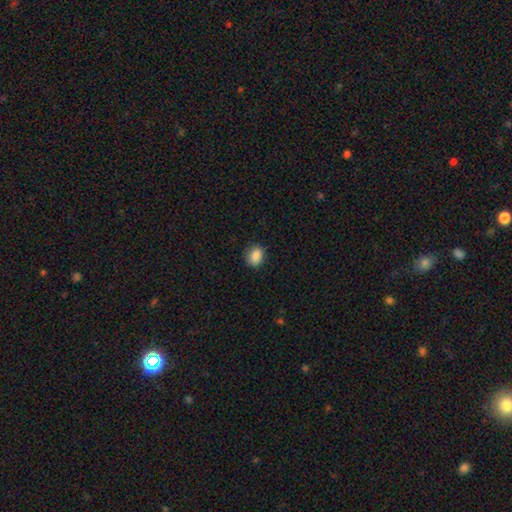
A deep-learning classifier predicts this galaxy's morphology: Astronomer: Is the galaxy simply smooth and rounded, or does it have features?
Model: smooth — 86%.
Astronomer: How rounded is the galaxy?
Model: round — 50% (runner-up: in between, 49%).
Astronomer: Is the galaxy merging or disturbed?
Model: none — 84%.